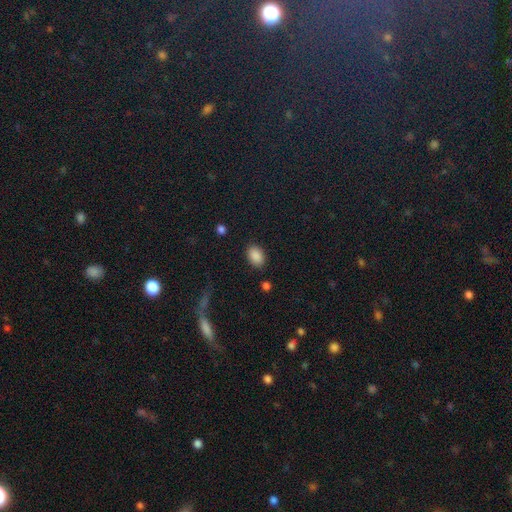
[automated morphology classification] Smooth or featured: smooth — 88% (star or artifact — 8%)
How rounded: in between — 85% (round — 13%)
Merging: none — 85% (minor disturbance — 10%)